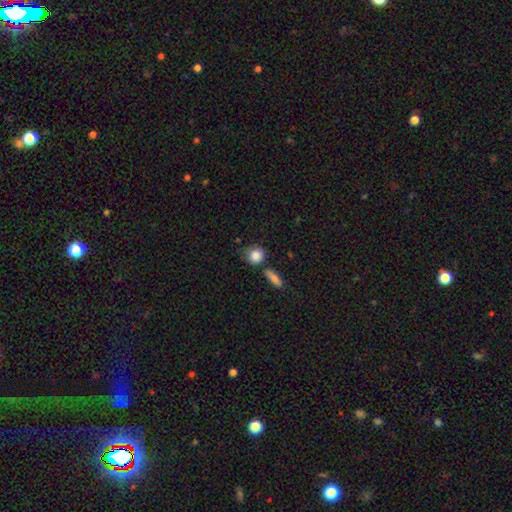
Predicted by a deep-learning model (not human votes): A smooth galaxy with no disk features (86%) that is round (77%).

Vote fractions:
- Smooth or featured? smooth: 86% / star or artifact: 8% / featured or disk: 6%
- How rounded? round: 77% / in between: 21% / cigar-shaped: 2%
- Merging? none: 63% / minor disturbance: 20% / merger: 12% / major disturbance: 6%